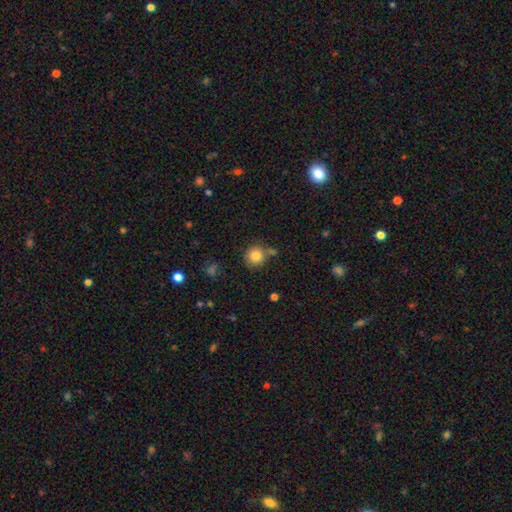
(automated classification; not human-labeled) Overall: smooth (83%). How rounded: round (92%). Merging: none (73%).